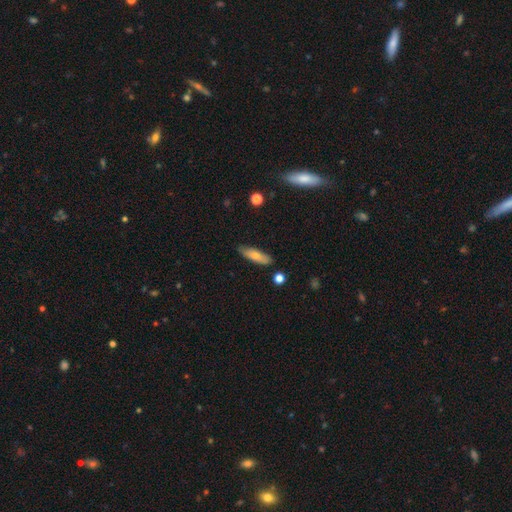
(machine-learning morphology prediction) smooth-or-featured: smooth: 67% | featured or disk: 26% | star or artifact: 7%
  how-rounded: cigar-shaped: 57% | in between: 41% | round: 2%
  merging: none: 82% | minor disturbance: 14% | major disturbance: 2% | merger: 2%